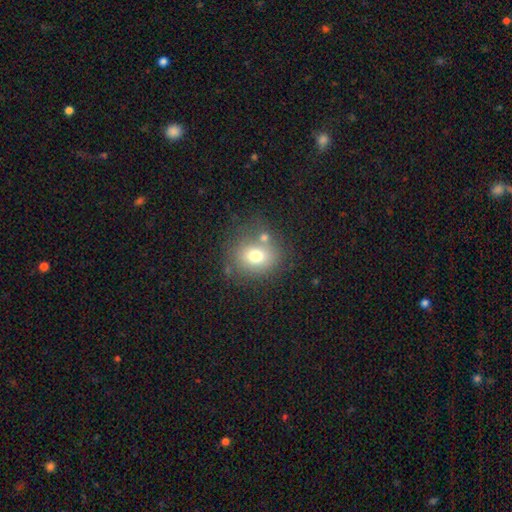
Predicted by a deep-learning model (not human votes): This appears to be a smooth galaxy with no disk features (72%) that is round (69%). Merging: none (64%).